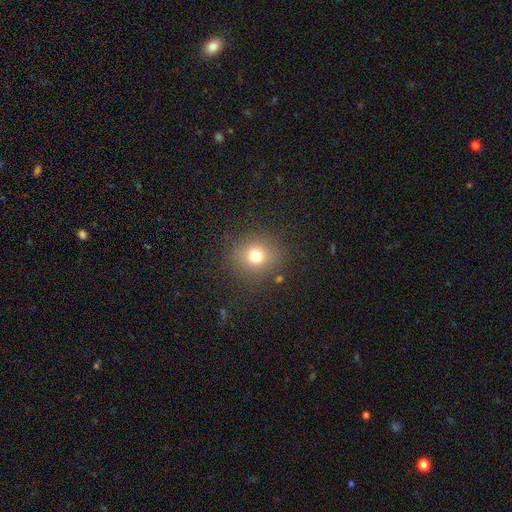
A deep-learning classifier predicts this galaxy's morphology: This is likely a smooth galaxy (73%). How rounded: clearly round (83%). Merging: clearly none (86%).